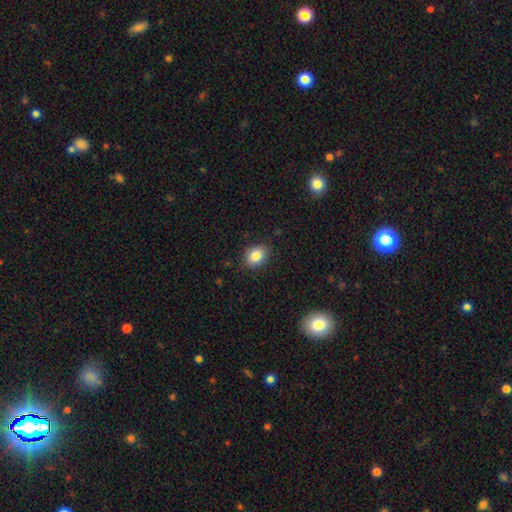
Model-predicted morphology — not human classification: Smooth or featured: smooth — 85% (star or artifact — 9%)
How rounded: in between — 64% (round — 34%)
Merging: none — 86% (minor disturbance — 10%)